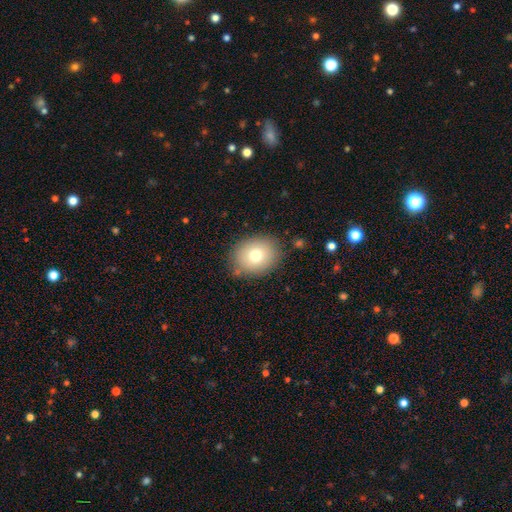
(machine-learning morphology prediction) A smooth galaxy with no disk features (74%) that is round (56%). Merging: none (82%).